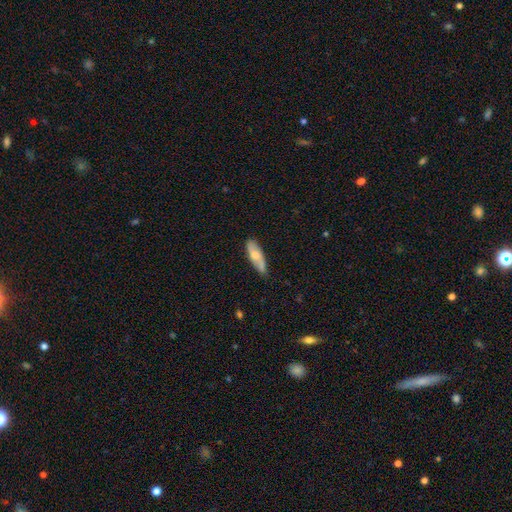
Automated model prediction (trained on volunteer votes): This is likely a smooth galaxy (64%). How rounded: possibly in between (56%). Merging: likely none (77%).